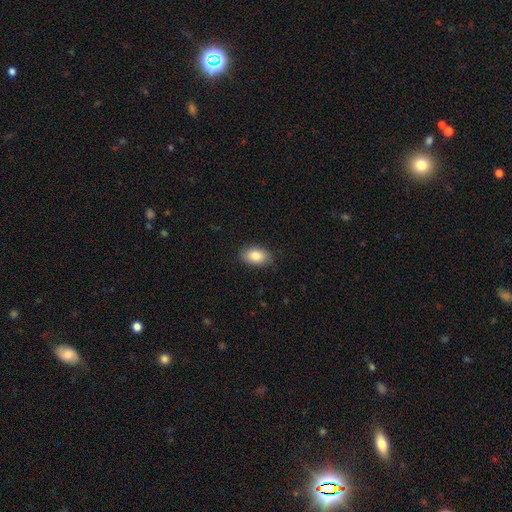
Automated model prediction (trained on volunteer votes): Smooth or featured? Predicted: smooth (p=0.83). How rounded? Predicted: in between (p=0.90). Merging? Predicted: none (p=0.86).